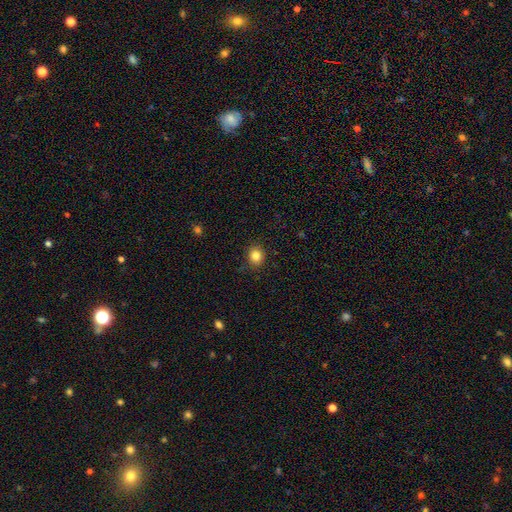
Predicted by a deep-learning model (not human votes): Smooth or featured?
  - smooth: 84% *
  - star or artifact: 11%
  - featured or disk: 5%
How rounded?
  - round: 74% *
  - in between: 25%
  - cigar-shaped: 1%
Merging?
  - none: 88% *
  - minor disturbance: 9%
  - major disturbance: 2%
  - merger: 1%